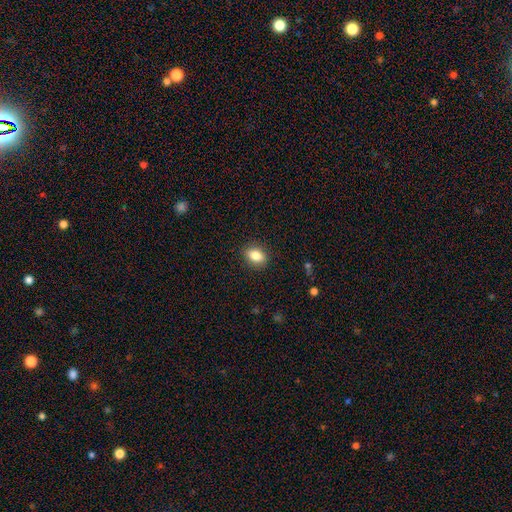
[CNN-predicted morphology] Smooth or featured? smooth (84%)
How rounded? in between (75%)
Merging? none (89%)